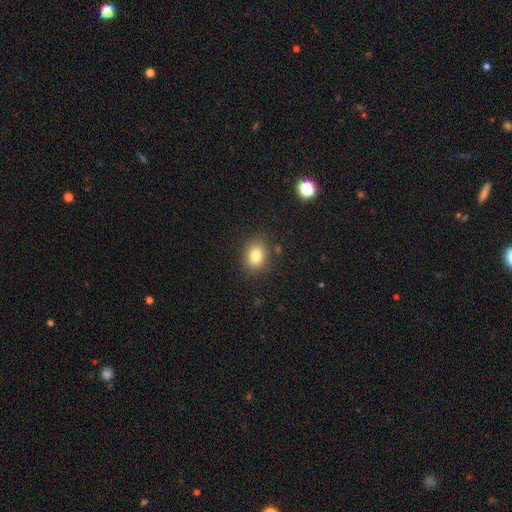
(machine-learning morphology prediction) Smooth or featured? Predicted: smooth (p=0.81). How rounded? Predicted: in between (p=0.52). Merging? Predicted: none (p=0.85).